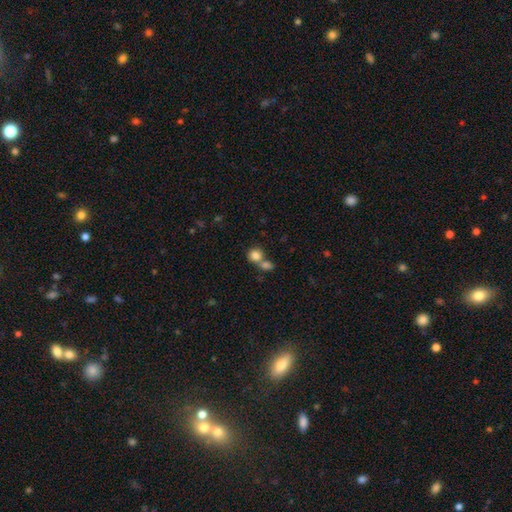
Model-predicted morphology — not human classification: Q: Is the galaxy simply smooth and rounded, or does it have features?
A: smooth — 82%.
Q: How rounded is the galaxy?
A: round — 79%.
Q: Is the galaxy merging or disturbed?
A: merger — 50%.